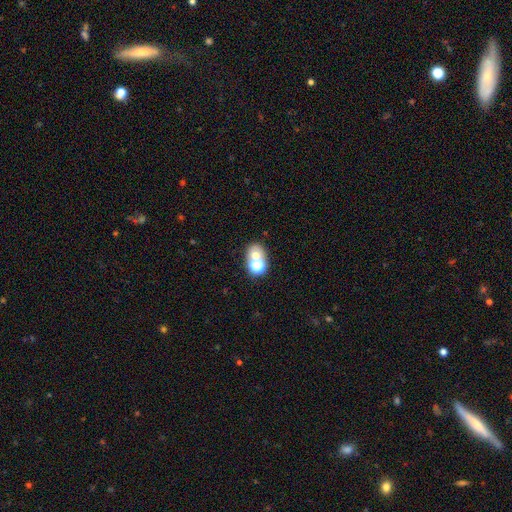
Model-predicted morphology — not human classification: This appears to be a smooth galaxy with no disk features (59%) that is round (56%). Merging: none (46%).